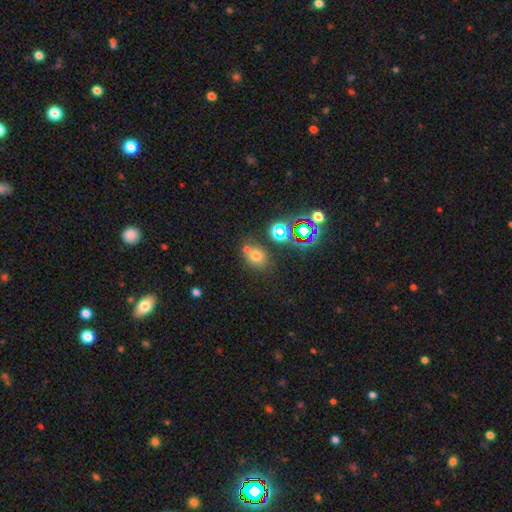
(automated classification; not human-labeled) The model was most divided on "how rounded": round: 59%, in between: 39%, cigar-shaped: 1%. More confident: smooth or featured — smooth (65%); merging — none (59%).